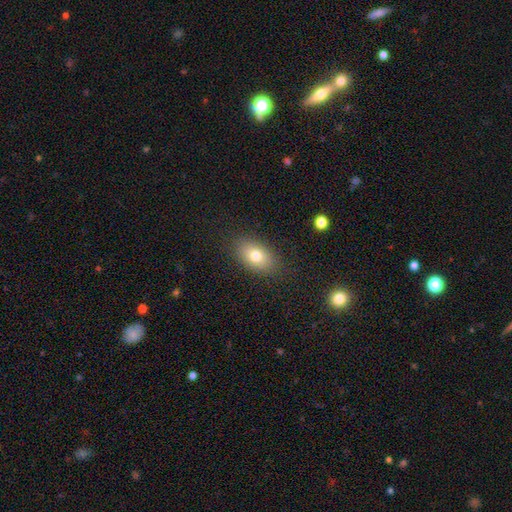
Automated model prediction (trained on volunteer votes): This appears to be a smooth galaxy with no disk features (77%) that is in between round and cigar-shaped (86%). Merging: none (86%).